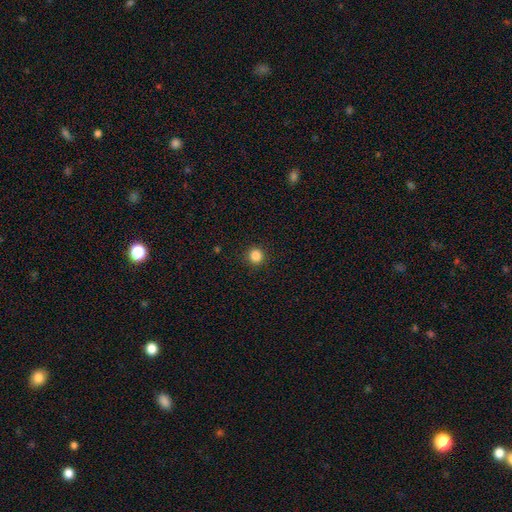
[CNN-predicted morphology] This appears to be a smooth galaxy with no disk features (85%) that is round (93%). Merging: none (92%).